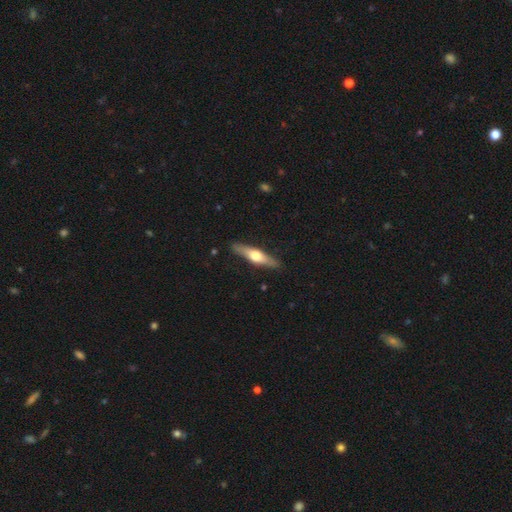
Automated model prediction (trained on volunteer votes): Overall: featured or disk (57%; smooth 38%). Edge-on disk: yes (93%). Edge-on bulge: rounded (93%). Merging: none (88%).